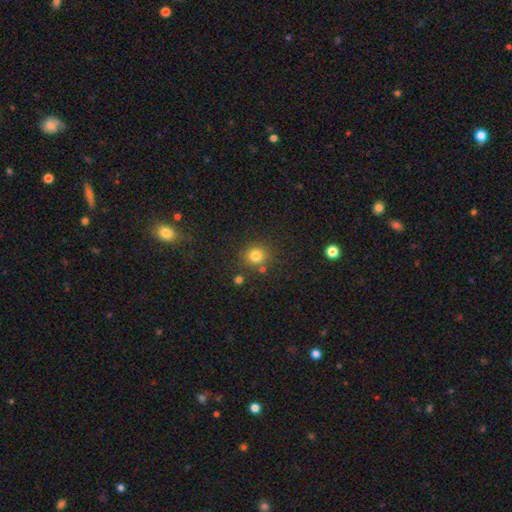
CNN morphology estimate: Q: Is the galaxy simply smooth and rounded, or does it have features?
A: smooth — 80%.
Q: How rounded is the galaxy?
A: round — 87%.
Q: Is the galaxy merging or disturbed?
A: none — 80%.